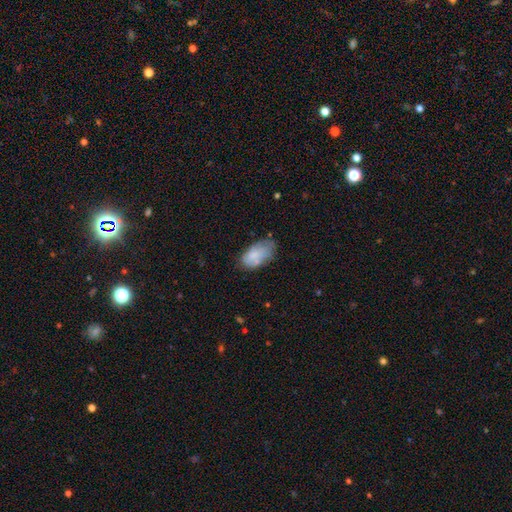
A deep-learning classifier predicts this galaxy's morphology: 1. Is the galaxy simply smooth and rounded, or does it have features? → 76% smooth, 17% featured or disk, 7% star or artifact.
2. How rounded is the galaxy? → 94% in between, 4% round, 3% cigar-shaped.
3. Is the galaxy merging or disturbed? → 48% none, 35% minor disturbance, 12% major disturbance, 5% merger.